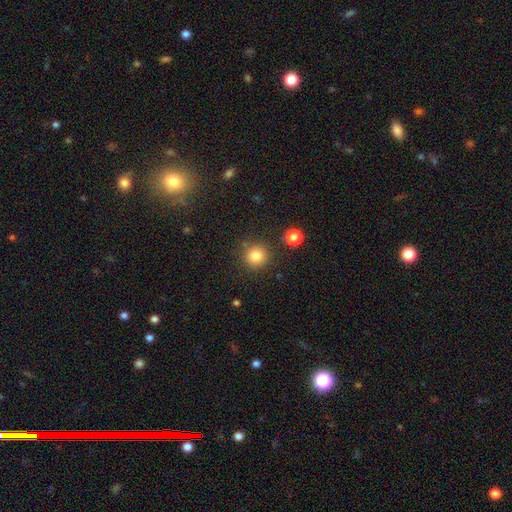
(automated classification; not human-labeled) Overall: smooth (82%). How rounded: round (94%). Merging: none (87%).